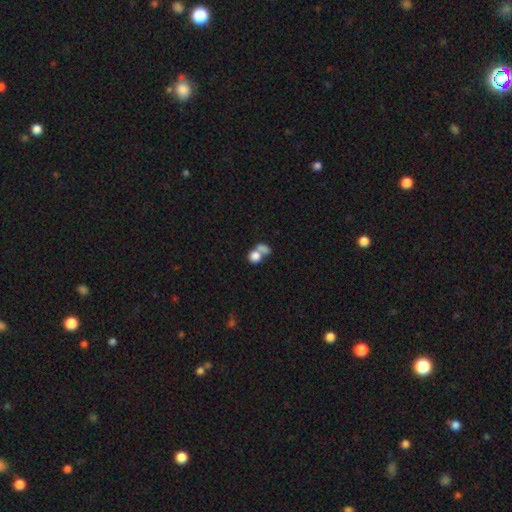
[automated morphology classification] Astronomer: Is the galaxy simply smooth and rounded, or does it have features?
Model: smooth — 79%.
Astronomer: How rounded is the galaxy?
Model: round — 69%.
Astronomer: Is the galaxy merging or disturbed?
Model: merger — 54% (runner-up: none, 30%).